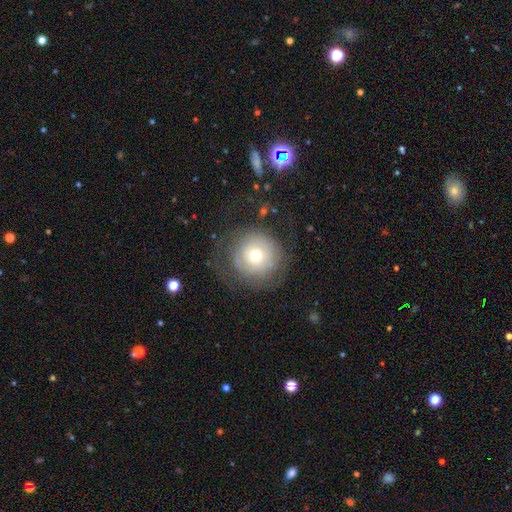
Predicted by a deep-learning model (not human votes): This is possibly a smooth galaxy (54%). How rounded: clearly round (93%). Merging: likely none (65%).